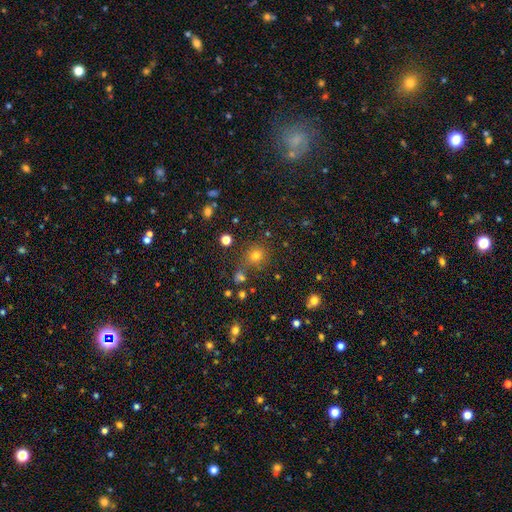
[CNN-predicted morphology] Smooth or featured?
  - smooth: 68% *
  - star or artifact: 24%
  - featured or disk: 7%
How rounded?
  - round: 87% *
  - in between: 11%
  - cigar-shaped: 1%
Merging?
  - none: 76% *
  - merger: 10%
  - minor disturbance: 10%
  - major disturbance: 4%